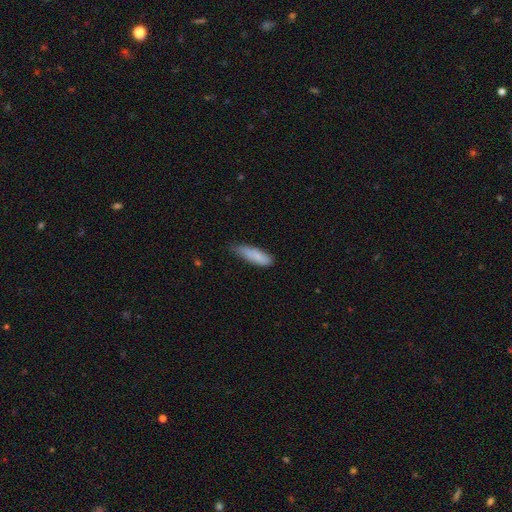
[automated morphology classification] smooth_or_featured: smooth (p=0.85) [alt: featured or disk p=0.09]
how_rounded: cigar-shaped (p=0.51) [alt: in between p=0.47]
merging: none (p=0.60) [alt: minor disturbance p=0.34]